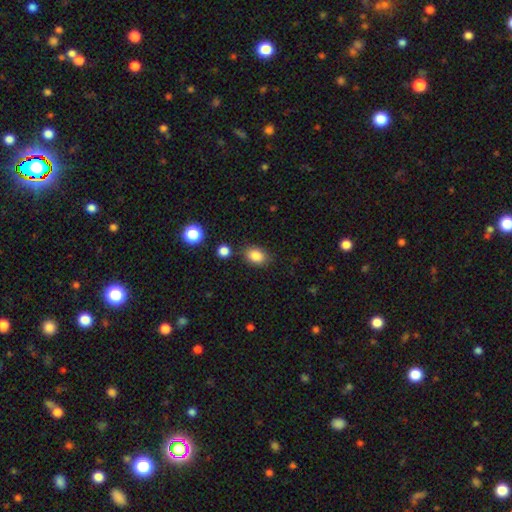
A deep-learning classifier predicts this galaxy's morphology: The model was most divided on "how rounded": in between: 71%, round: 28%, cigar-shaped: 1%. More confident: smooth or featured — smooth (85%); merging — none (80%).